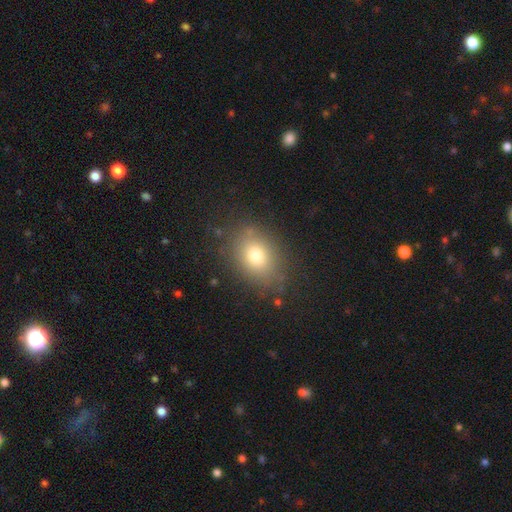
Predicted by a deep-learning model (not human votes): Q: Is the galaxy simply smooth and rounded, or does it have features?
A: smooth — 74%.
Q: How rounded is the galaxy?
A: in between — 62%.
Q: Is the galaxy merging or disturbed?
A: none — 81%.